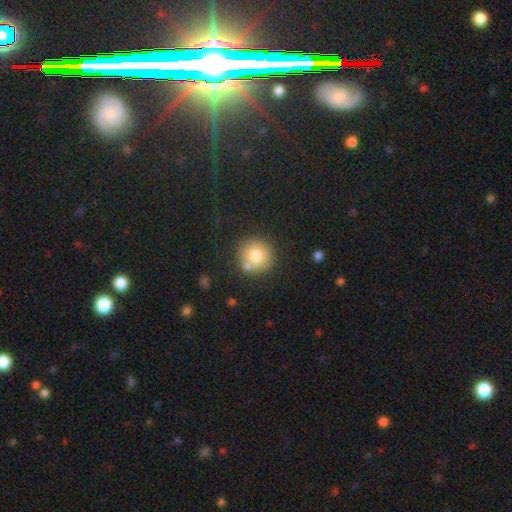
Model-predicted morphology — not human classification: A smooth galaxy with no disk features (77%) that is round (93%). Merging: none (72%).